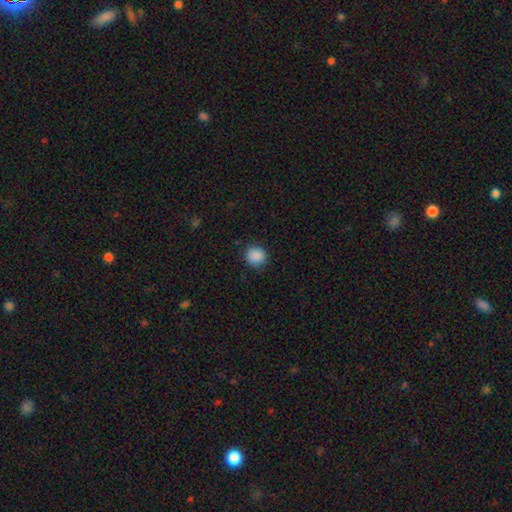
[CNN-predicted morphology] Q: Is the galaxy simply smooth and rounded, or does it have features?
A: smooth — 89%.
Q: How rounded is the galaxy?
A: round — 90%.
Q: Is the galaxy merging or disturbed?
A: none — 88%.